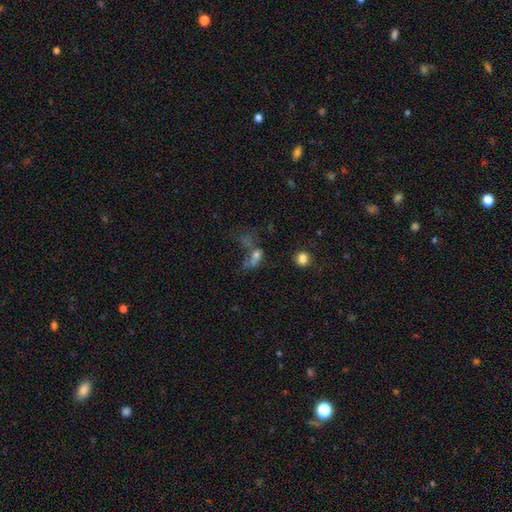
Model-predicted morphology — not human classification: This is possibly a smooth galaxy (50%). Merging: marginally major disturbance (33%).